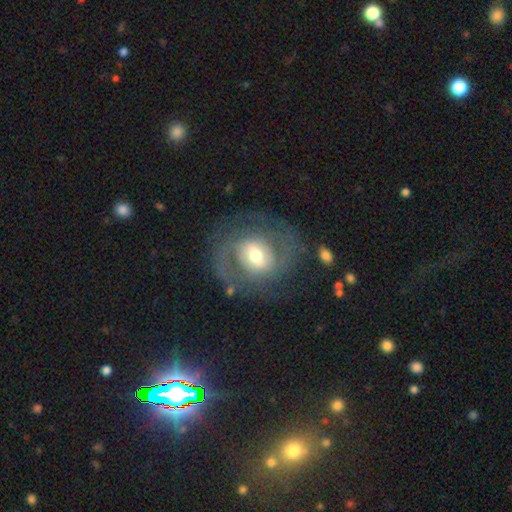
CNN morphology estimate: type=featured or disk (74%); edge-on=no (96%); bar=weak (45%); spiral arms=yes (79%); winding=medium (42%); arm count=2 (68%); bulge=moderate (63%); merging=none (69%).